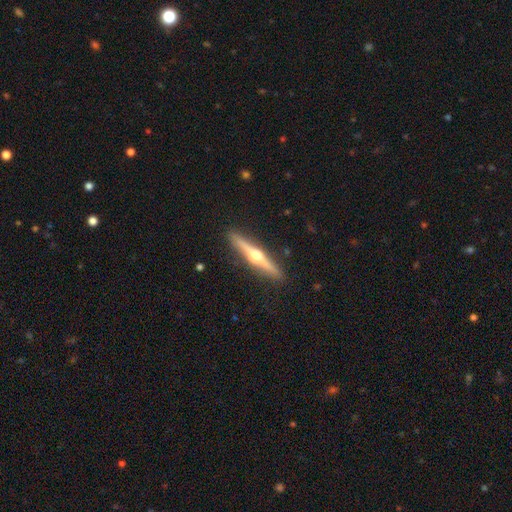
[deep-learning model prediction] This is likely a featured or disk galaxy (76%). It is clearly viewed edge-on (98%). Edge-on bulge: clearly rounded (96%). Merging: clearly none (91%).